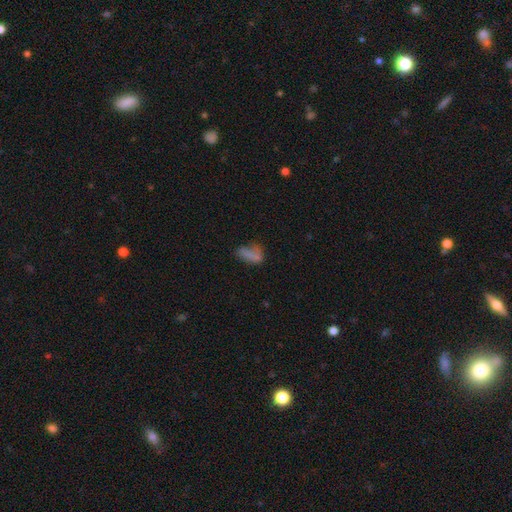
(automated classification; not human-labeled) Smooth or featured? Predicted: smooth (p=0.67). How rounded? Predicted: in between (p=0.76). Merging? Predicted: none (p=0.44).